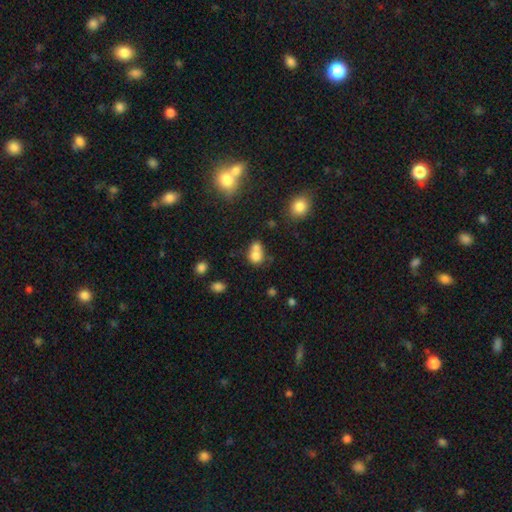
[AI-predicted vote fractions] smooth 74%, featured or disk 14%, star or artifact 12%. Down the decision tree: how rounded — round (64%); merging — merger (60%).